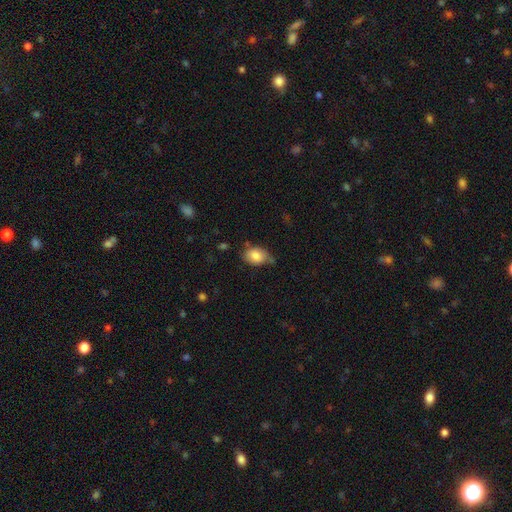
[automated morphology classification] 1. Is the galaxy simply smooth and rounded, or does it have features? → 84% smooth, 9% featured or disk, 8% star or artifact.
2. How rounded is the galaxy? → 76% in between, 23% round, 1% cigar-shaped.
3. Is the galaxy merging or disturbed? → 62% none, 28% minor disturbance, 5% major disturbance, 5% merger.